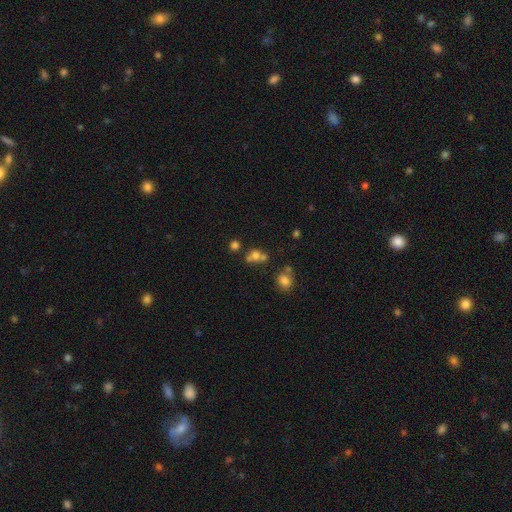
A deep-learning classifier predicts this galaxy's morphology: smooth 67%, star or artifact 17%, featured or disk 17%. Down the decision tree: how rounded — round (67%); merging — merger (45%).